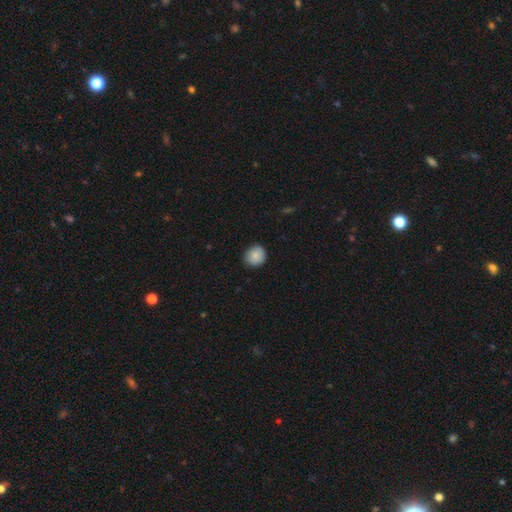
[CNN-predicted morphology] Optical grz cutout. It shows a smooth galaxy with no disk features (87%) that is round (84%). Merging: none (82%).